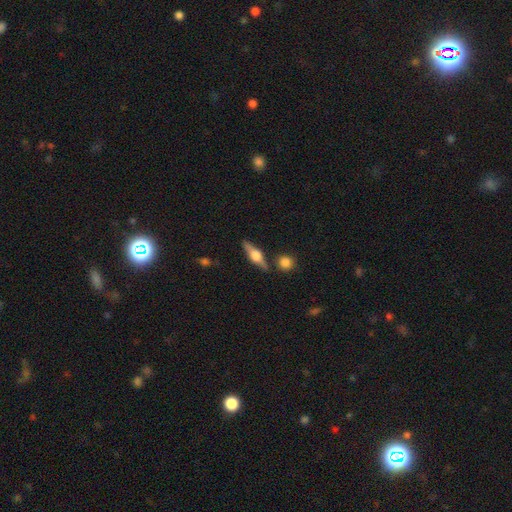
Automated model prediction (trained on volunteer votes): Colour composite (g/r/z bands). It shows a featured or disk galaxy (70%) viewed edge-on (96%) with a rounded central bulge (93%). Merging: none (82%).